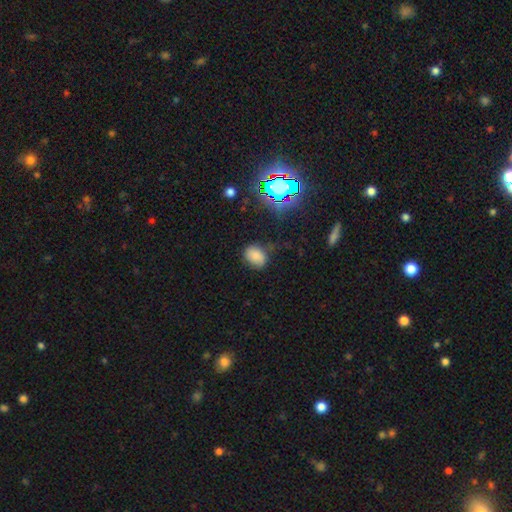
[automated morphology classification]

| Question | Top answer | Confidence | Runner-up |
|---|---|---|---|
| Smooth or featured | smooth | 74% | star or artifact (16%) |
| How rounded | in between | 71% | round (28%) |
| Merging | none | 62% | minor disturbance (27%) |